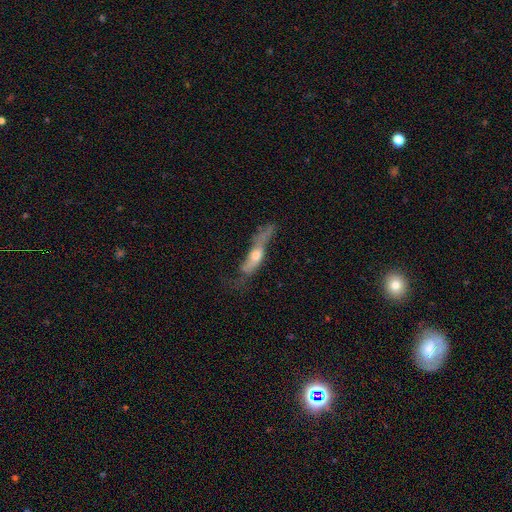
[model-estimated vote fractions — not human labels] A featured or disk galaxy (50%). Merging: major disturbance (37%).